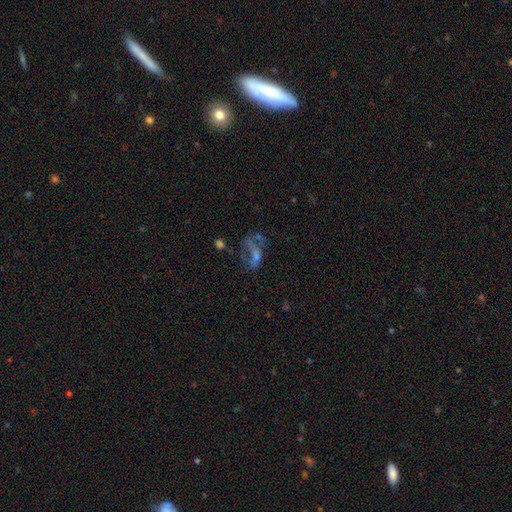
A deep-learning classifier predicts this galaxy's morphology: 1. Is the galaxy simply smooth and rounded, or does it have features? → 52% featured or disk, 25% smooth, 24% star or artifact.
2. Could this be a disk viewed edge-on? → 93% no, 7% yes.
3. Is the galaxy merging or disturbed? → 40% major disturbance, 33% none, 17% minor disturbance, 10% merger.